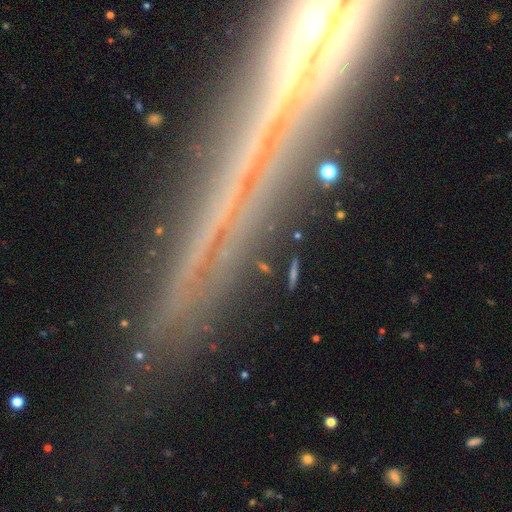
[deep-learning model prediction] Overall: featured or disk (61%; star or artifact 27%). Edge-on disk: yes (90%). Edge-on bulge: rounded (62%). Merging: none (87%).